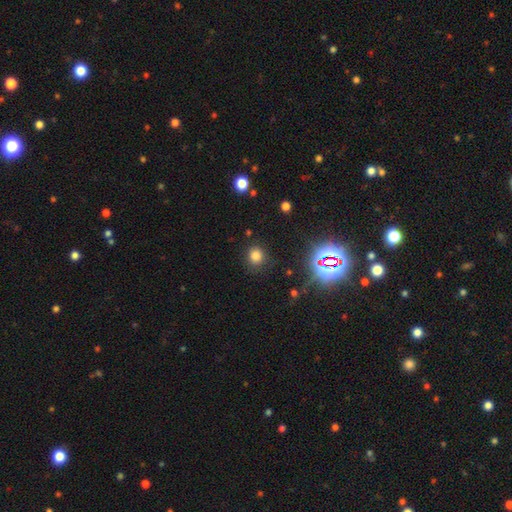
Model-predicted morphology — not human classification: Smooth or featured?
  - smooth: 75% *
  - star or artifact: 20%
  - featured or disk: 5%
How rounded?
  - round: 82% *
  - in between: 17%
  - cigar-shaped: 1%
Merging?
  - none: 84% *
  - minor disturbance: 10%
  - major disturbance: 4%
  - merger: 2%